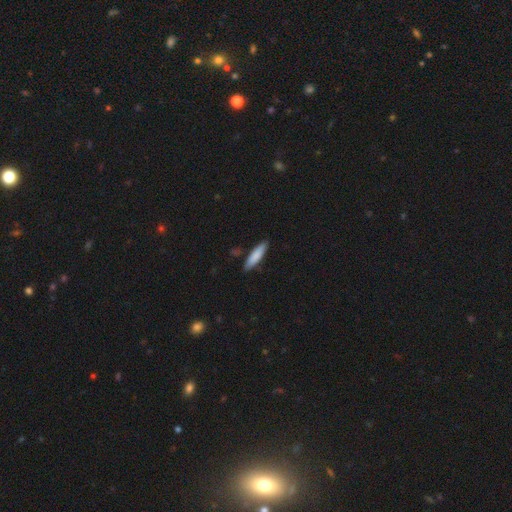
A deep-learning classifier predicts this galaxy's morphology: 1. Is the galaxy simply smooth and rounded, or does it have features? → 82% smooth, 12% featured or disk, 6% star or artifact.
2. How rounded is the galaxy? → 78% cigar-shaped, 20% in between, 1% round.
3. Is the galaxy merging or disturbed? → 85% none, 11% minor disturbance, 2% merger, 2% major disturbance.